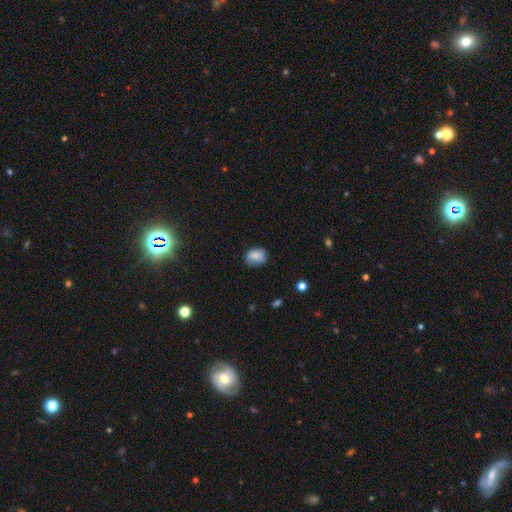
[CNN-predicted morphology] A smooth galaxy with no disk features (79%) that is in between round and cigar-shaped (56%).

Vote fractions:
- Smooth or featured? smooth: 79% / featured or disk: 13% / star or artifact: 9%
- How rounded? in between: 56% / round: 42% / cigar-shaped: 1%
- Merging? none: 68% / minor disturbance: 26% / major disturbance: 5% / merger: 1%